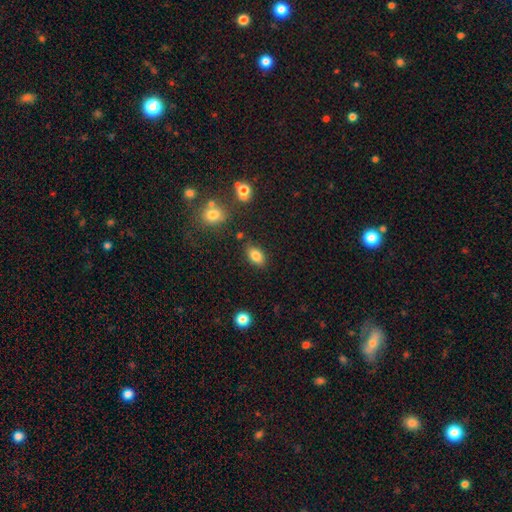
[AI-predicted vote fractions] A smooth galaxy with no disk features (83%) that is in between round and cigar-shaped (86%). Merging: none (81%).